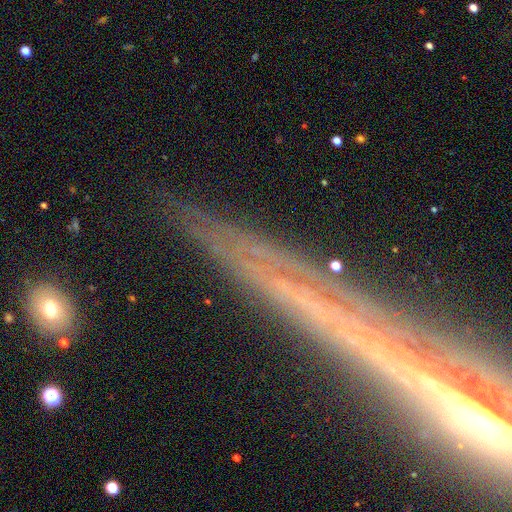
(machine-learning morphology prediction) smooth-or-featured: featured or disk: 58% | star or artifact: 22% | smooth: 20%
  disk-edge-on: yes: 83% | no: 17%
  merging: none: 85% | minor disturbance: 9% | major disturbance: 3% | merger: 3%